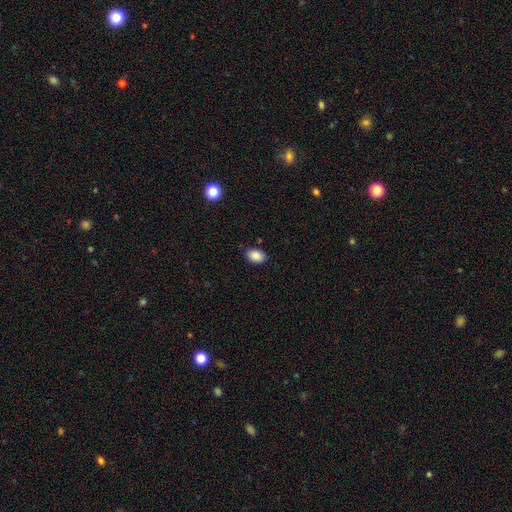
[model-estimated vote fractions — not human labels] smooth_or_featured: smooth (p=0.88) [alt: star or artifact p=0.08]
how_rounded: in between (p=0.83) [alt: round p=0.15]
merging: none (p=0.85) [alt: minor disturbance p=0.11]